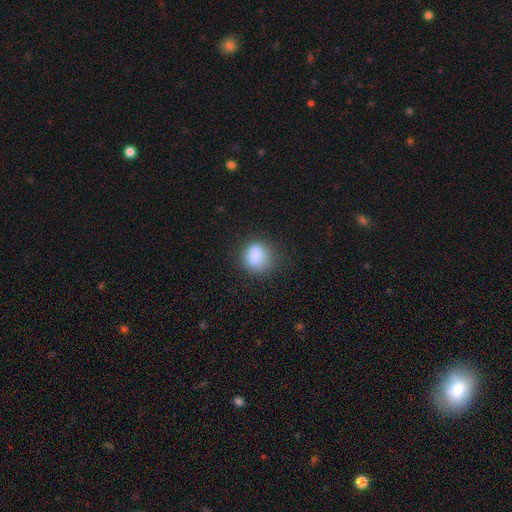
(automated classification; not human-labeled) This appears to be a smooth galaxy with no disk features (83%) that is round (68%). Merging: none (67%).